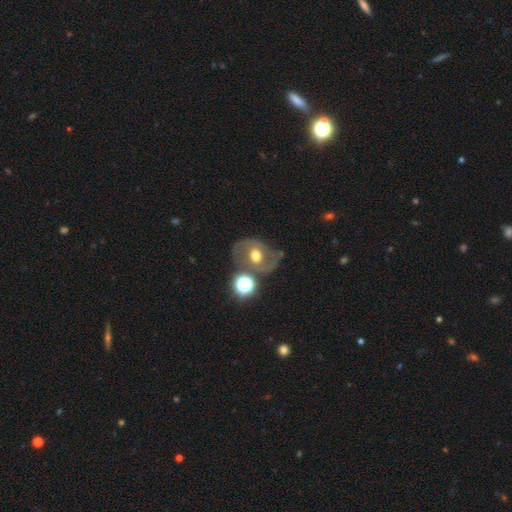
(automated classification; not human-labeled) A featured or disk galaxy (59%) with no bar (59%), spiral arms (63%) and a moderate central bulge (65%).

Vote fractions:
- Smooth or featured? featured or disk: 59% / smooth: 29% / star or artifact: 12%
- Edge-on disk? no: 96% / yes: 4%
- Bar? no: 59% / weak: 31% / strong: 11%
- Spiral arms? yes: 63% / no: 37%
- Bulge size? moderate: 65% / large: 22% / small: 8% / dominant: 2% / none: 2%
- Merging? none: 60% / minor disturbance: 18% / major disturbance: 11% / merger: 11%